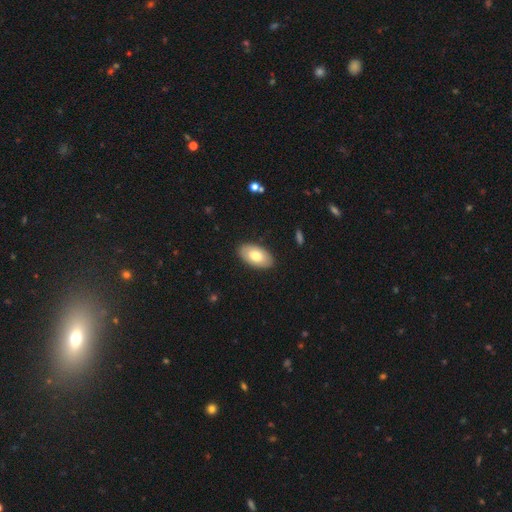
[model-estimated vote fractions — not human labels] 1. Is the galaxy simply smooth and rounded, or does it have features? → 75% smooth, 20% featured or disk, 5% star or artifact.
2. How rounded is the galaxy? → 95% in between, 3% round, 2% cigar-shaped.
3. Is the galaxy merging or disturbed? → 88% none, 9% minor disturbance, 2% major disturbance, 1% merger.